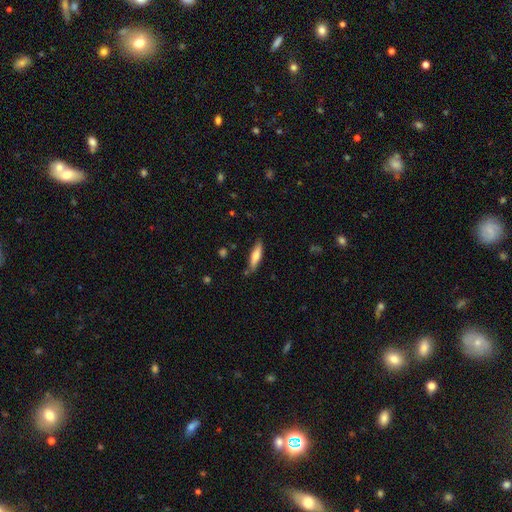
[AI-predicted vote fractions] smooth_or_featured: smooth (p=0.65) [alt: featured or disk p=0.29]
how_rounded: cigar-shaped (p=0.68) [alt: in between p=0.31]
merging: none (p=0.82) [alt: minor disturbance p=0.14]